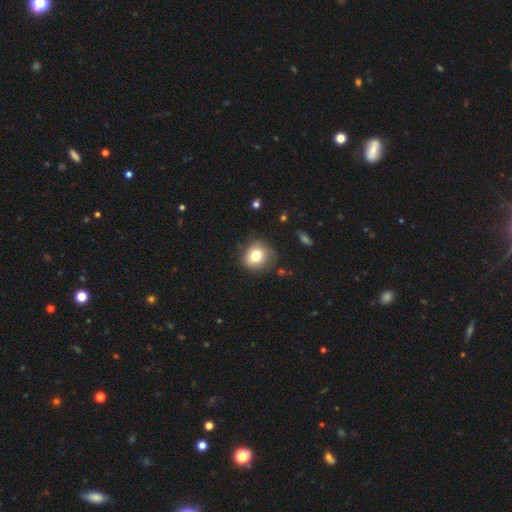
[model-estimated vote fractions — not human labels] A smooth galaxy with no disk features (76%) that is round (85%).

Vote fractions:
- Smooth or featured? smooth: 76% / featured or disk: 13% / star or artifact: 11%
- How rounded? round: 85% / in between: 14% / cigar-shaped: 1%
- Merging? none: 76% / minor disturbance: 17% / major disturbance: 5% / merger: 2%